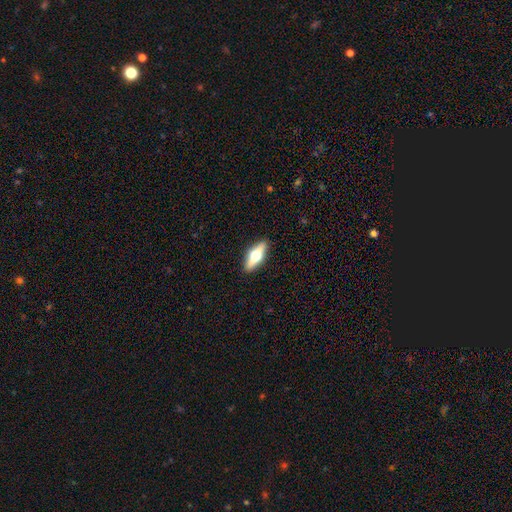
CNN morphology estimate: smooth-or-featured: featured or disk: 55% | smooth: 39% | star or artifact: 6%
  disk-edge-on: yes: 93% | no: 7%
    edge-on-bulge: rounded: 96% | boxy: 3% | none: 1%
  merging: none: 90% | minor disturbance: 7% | major disturbance: 2% | merger: 1%